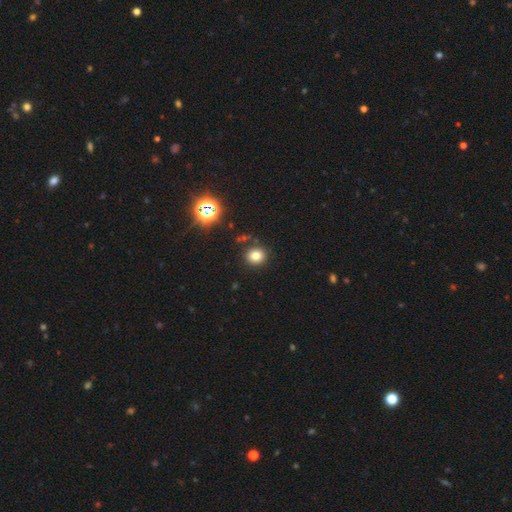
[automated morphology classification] type=smooth (77%); roundness=round (83%); merging=none (85%).